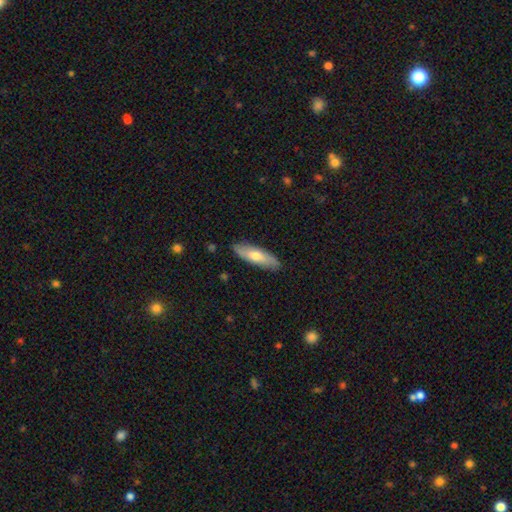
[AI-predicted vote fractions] smooth 61%, featured or disk 34%, star or artifact 5%. Down the decision tree: how rounded — in between (50%); merging — none (86%).